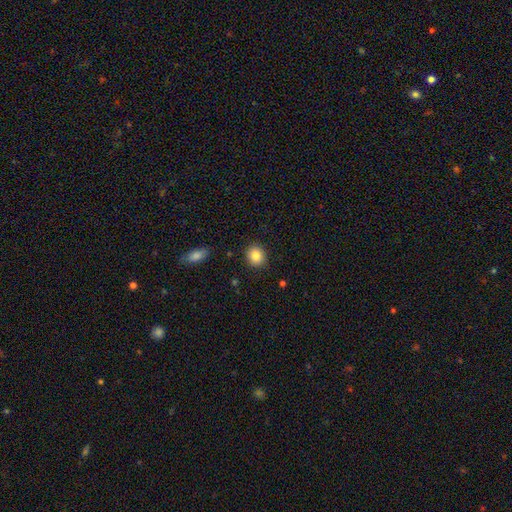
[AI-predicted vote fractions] The model was most divided on "how rounded": round: 78%, in between: 21%, cigar-shaped: 1%. More confident: merging — none (90%); smooth or featured — smooth (85%).